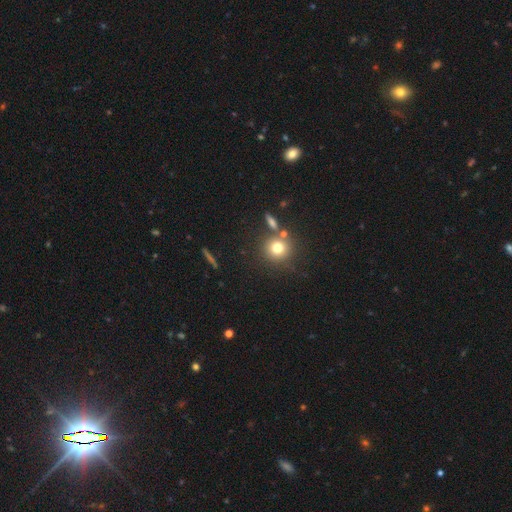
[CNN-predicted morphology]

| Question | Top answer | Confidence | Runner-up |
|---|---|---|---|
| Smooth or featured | star or artifact | 54% | smooth (38%) |